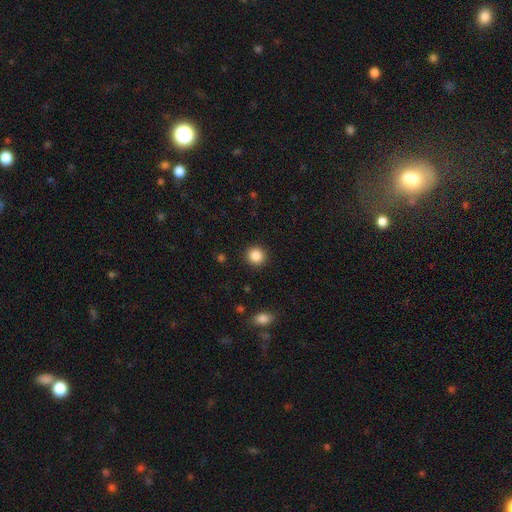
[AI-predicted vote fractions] Morphology: type=smooth (87%); roundness=round (93%); merging=none (92%).